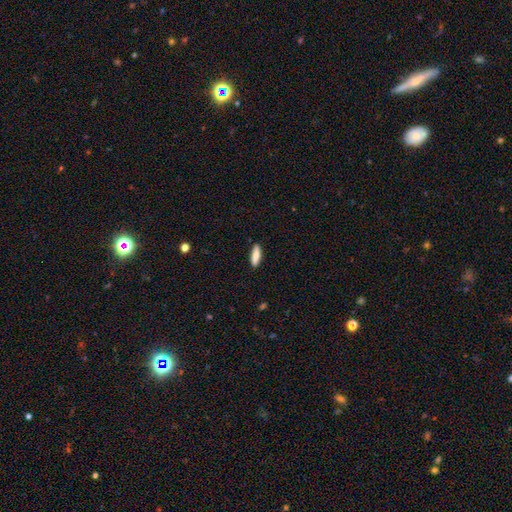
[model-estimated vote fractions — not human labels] This is clearly a smooth galaxy (84%). How rounded: likely cigar-shaped (62%). Merging: clearly none (88%).